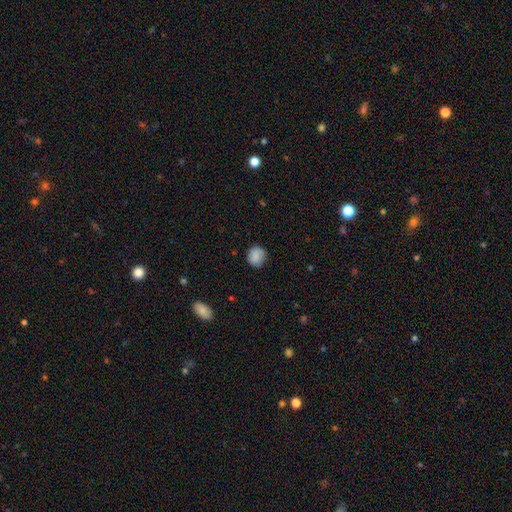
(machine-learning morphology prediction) smooth_or_featured: smooth (p=0.85) [alt: star or artifact p=0.08]
how_rounded: round (p=0.84) [alt: in between p=0.15]
merging: none (p=0.79) [alt: minor disturbance p=0.17]